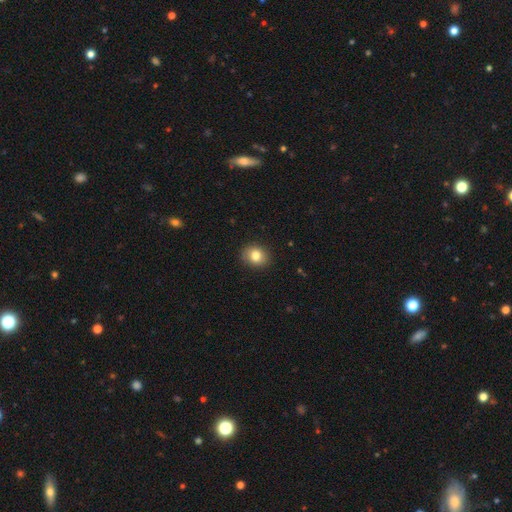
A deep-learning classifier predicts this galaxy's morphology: This is clearly a smooth galaxy (82%). How rounded: likely round (66%). Merging: clearly none (89%).